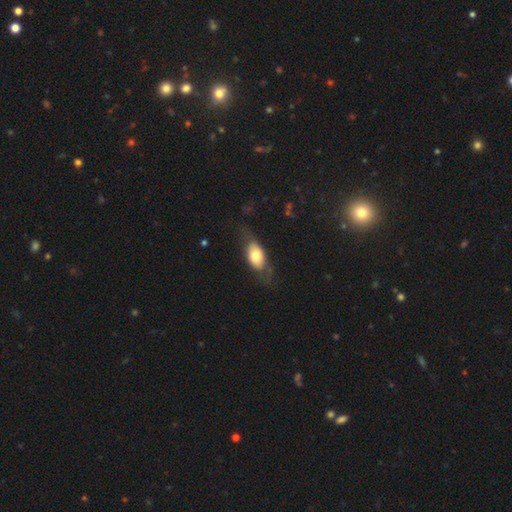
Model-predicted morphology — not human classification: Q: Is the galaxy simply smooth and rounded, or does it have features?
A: smooth — 64%.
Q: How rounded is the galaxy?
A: in between — 85%.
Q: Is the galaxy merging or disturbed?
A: none — 59%.